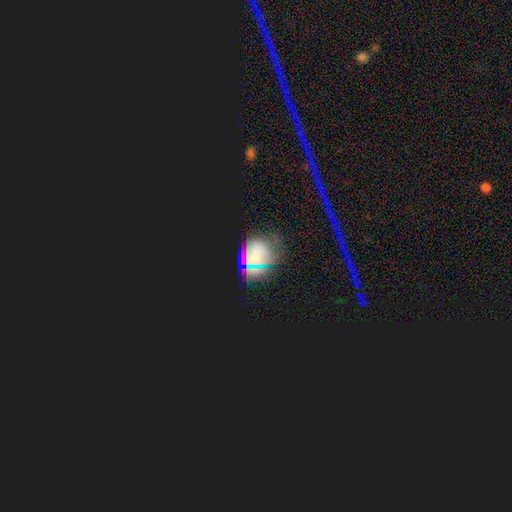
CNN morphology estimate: The model was most divided on "smooth or featured": star or artifact: 50%, smooth: 32%, featured or disk: 17%.